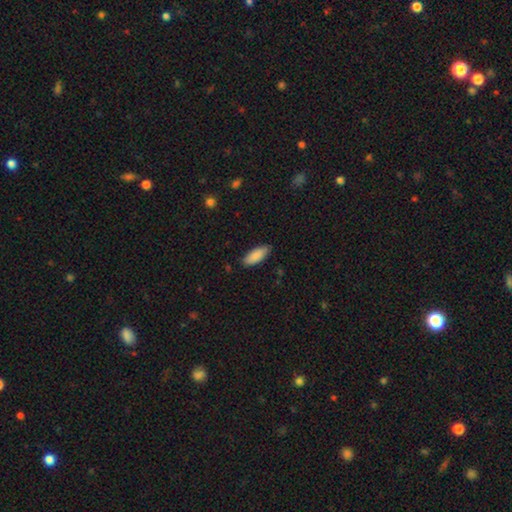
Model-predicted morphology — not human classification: Smooth or featured: smooth — 88% (featured or disk — 6%)
How rounded: in between — 80% (cigar-shaped — 19%)
Merging: none — 84% (minor disturbance — 13%)